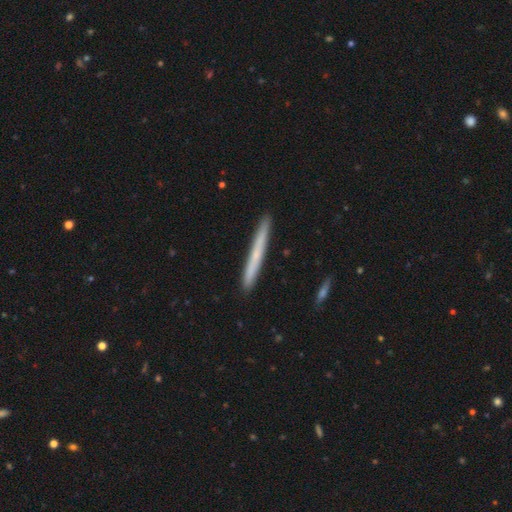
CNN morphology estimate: This appears to be a smooth galaxy with no disk features (55%) that is cigar-shaped (97%). Merging: none (92%).